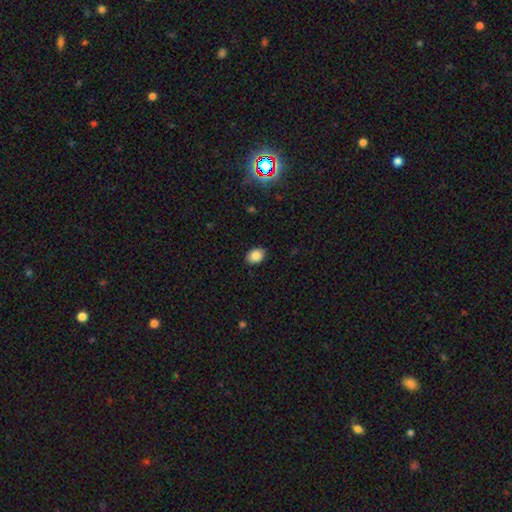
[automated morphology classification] smooth_or_featured: smooth (p=0.86) [alt: star or artifact p=0.09]
how_rounded: in between (p=0.73) [alt: round p=0.26]
merging: none (p=0.88) [alt: minor disturbance p=0.09]